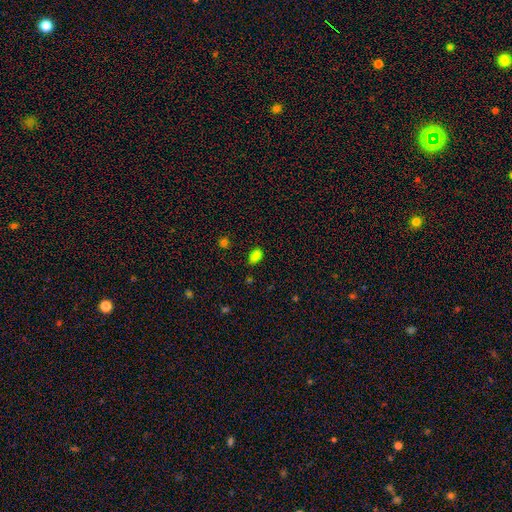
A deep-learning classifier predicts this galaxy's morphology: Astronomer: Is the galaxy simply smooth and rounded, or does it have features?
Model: smooth — 82%.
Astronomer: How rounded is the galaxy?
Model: in between — 84%.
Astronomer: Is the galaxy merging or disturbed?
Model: none — 78%.